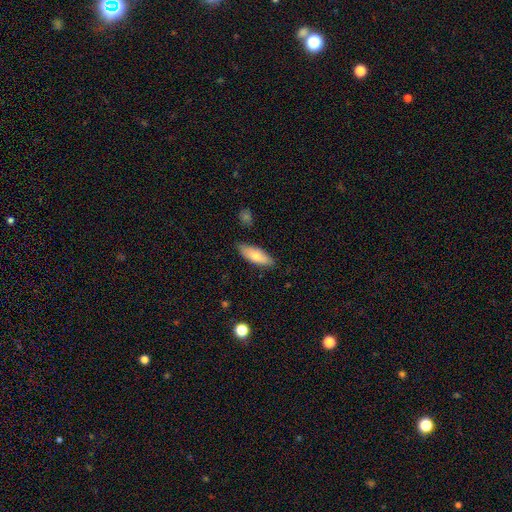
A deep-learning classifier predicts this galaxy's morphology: Overall: smooth (73%). How rounded: in between (61%; cigar-shaped 37%). Merging: none (84%).